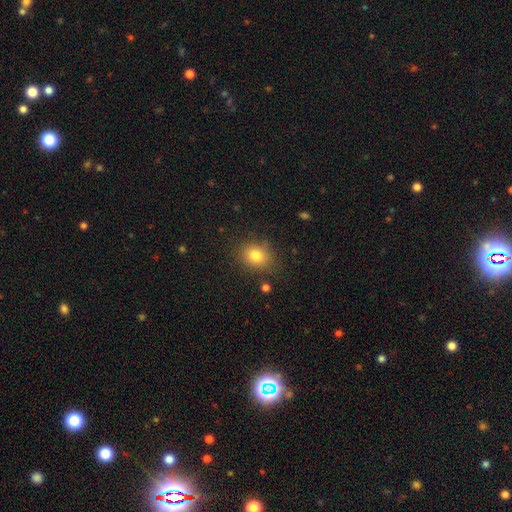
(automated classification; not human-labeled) Smooth or featured? Predicted: smooth (p=0.81). How rounded? Predicted: round (p=0.59). Merging? Predicted: none (p=0.83).